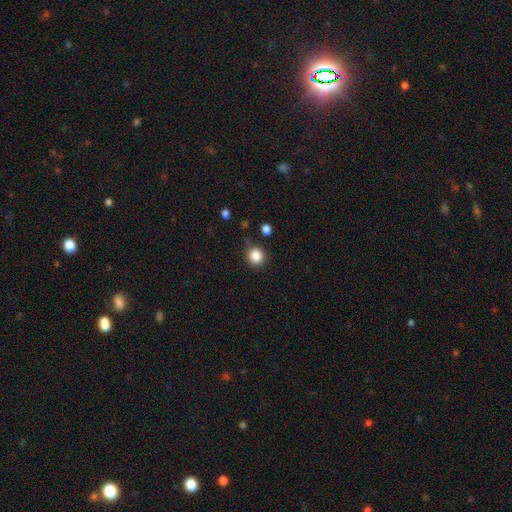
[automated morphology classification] smooth-or-featured: smooth: 85% | star or artifact: 11% | featured or disk: 4%
  how-rounded: round: 90% | in between: 9% | cigar-shaped: 1%
  merging: none: 85% | minor disturbance: 9% | merger: 3% | major disturbance: 3%